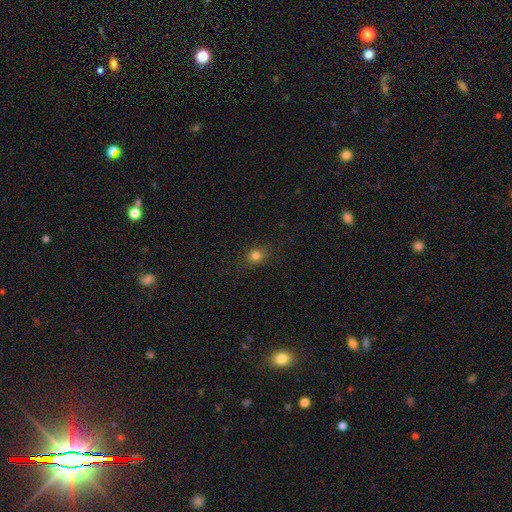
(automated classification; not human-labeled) This is likely a smooth galaxy (78%). How rounded: possibly round (59%). Merging: clearly none (85%).